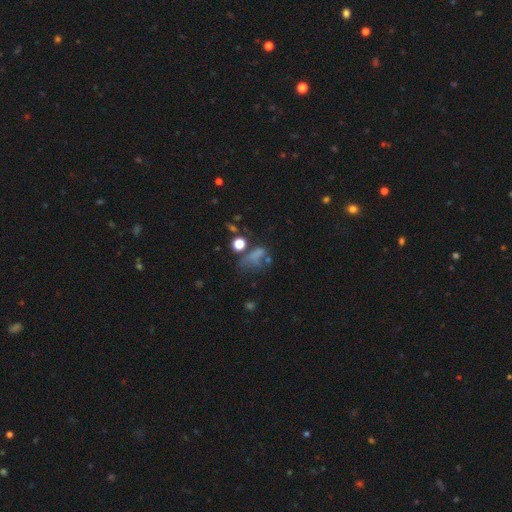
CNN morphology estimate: This appears to be a smooth galaxy with no disk features (54%) that is in between round and cigar-shaped (64%). Merging: major disturbance (33%).